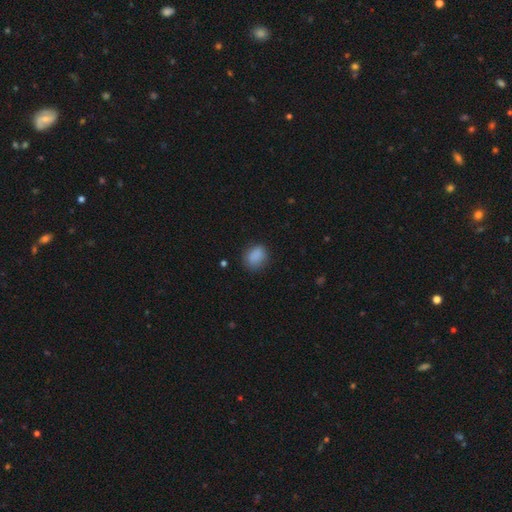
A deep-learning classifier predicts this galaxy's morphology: This appears to be a smooth galaxy with no disk features (87%) that is in between round and cigar-shaped (54%). Merging: none (78%).